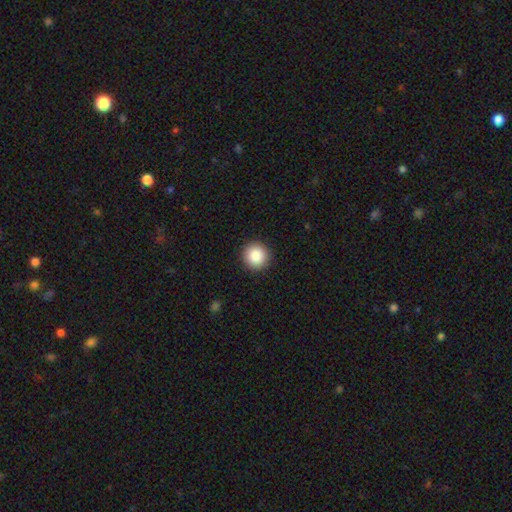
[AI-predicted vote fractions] Morphology: type=smooth (87%); roundness=round (95%); merging=none (93%).